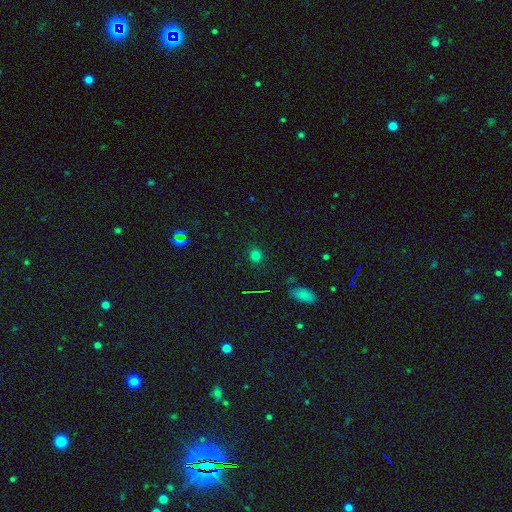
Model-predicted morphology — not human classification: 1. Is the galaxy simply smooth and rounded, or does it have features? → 74% smooth, 20% star or artifact, 5% featured or disk.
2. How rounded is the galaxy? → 81% round, 18% in between, 1% cigar-shaped.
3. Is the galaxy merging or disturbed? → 88% none, 8% minor disturbance, 3% major disturbance, 2% merger.